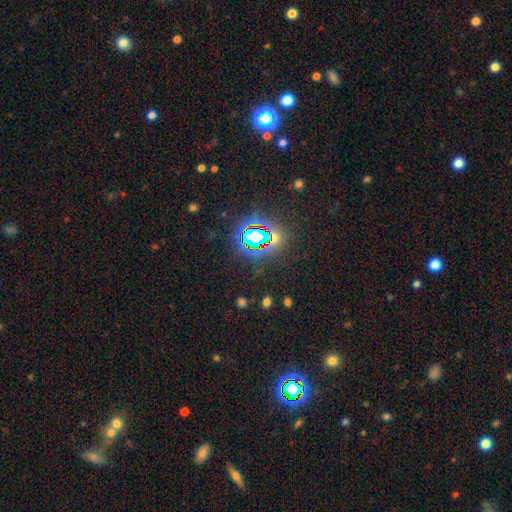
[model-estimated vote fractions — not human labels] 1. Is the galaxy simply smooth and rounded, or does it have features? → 76% star or artifact, 15% smooth, 8% featured or disk.